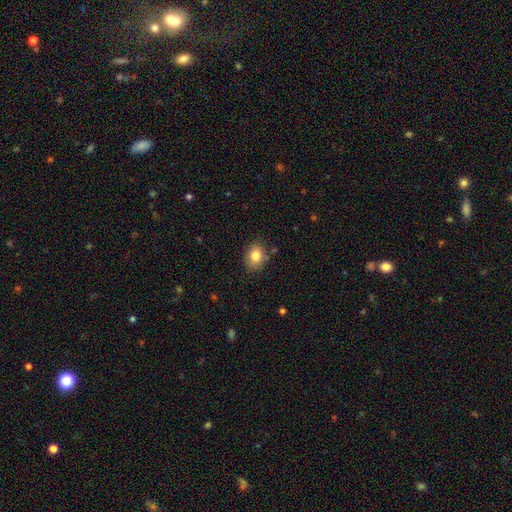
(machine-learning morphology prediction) A smooth galaxy with no disk features (82%) that is in between round and cigar-shaped (56%). Merging: none (82%).